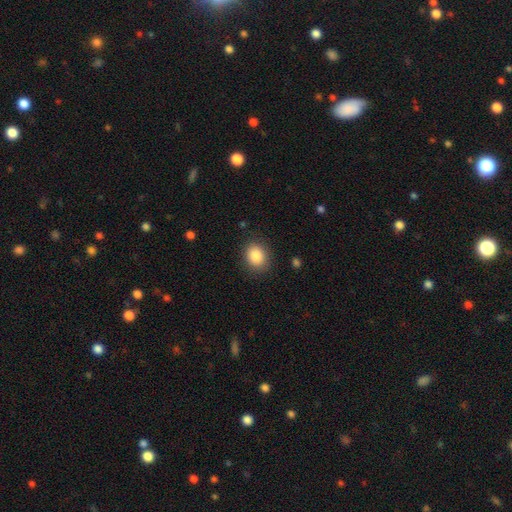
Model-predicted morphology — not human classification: This is clearly a smooth galaxy (86%). How rounded: possibly round (54%). Merging: clearly none (86%).